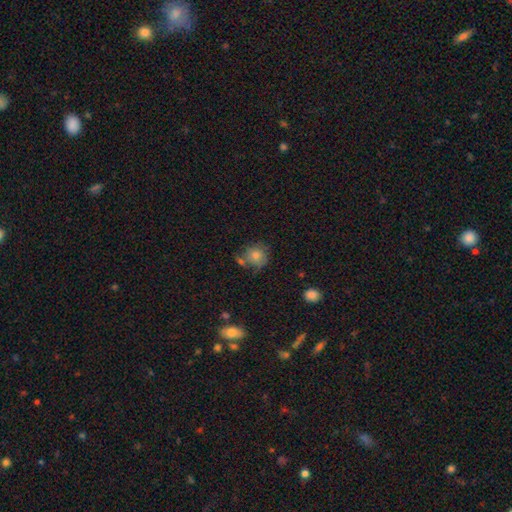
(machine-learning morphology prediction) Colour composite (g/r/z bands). It shows a smooth galaxy with no disk features (76%) that is round (83%). Merging: none (54%).